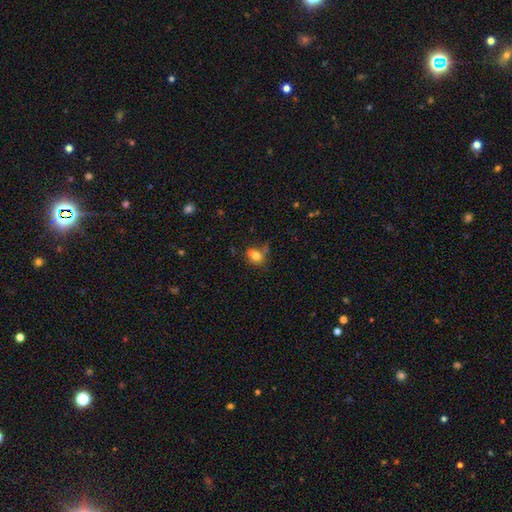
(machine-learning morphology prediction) Smooth or featured: smooth — 76% (featured or disk — 13%)
How rounded: in between — 64% (round — 34%)
Merging: none — 53% (minor disturbance — 25%)